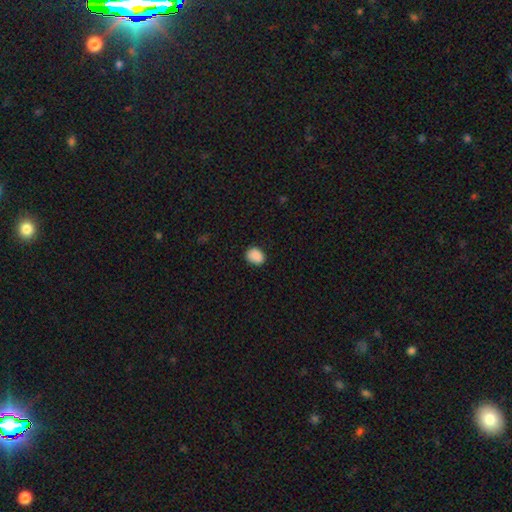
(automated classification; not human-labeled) smooth_or_featured: smooth (p=0.89) [alt: star or artifact p=0.08]
how_rounded: in between (p=0.51) [alt: round p=0.48]
merging: none (p=0.84) [alt: minor disturbance p=0.12]